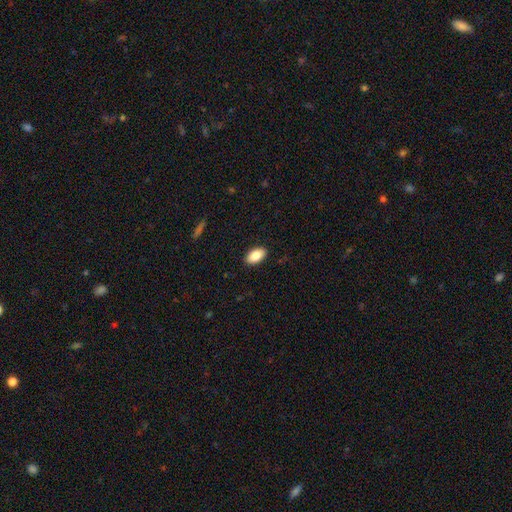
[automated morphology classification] Smooth or featured: smooth — 85% (featured or disk — 8%)
How rounded: in between — 94% (round — 3%)
Merging: none — 90% (minor disturbance — 8%)